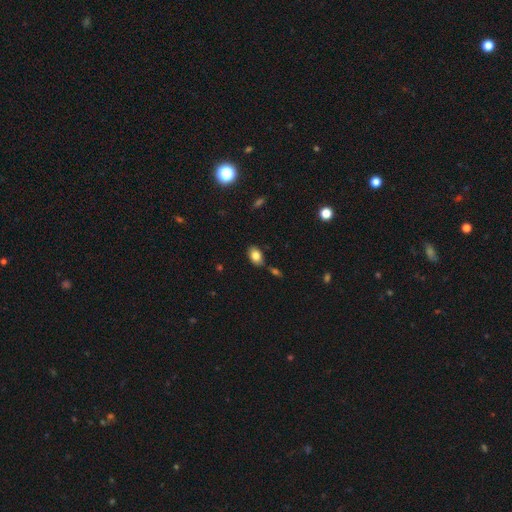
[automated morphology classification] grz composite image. It shows a smooth galaxy with no disk features (82%) that is in between round and cigar-shaped (84%). Merging: none (69%).